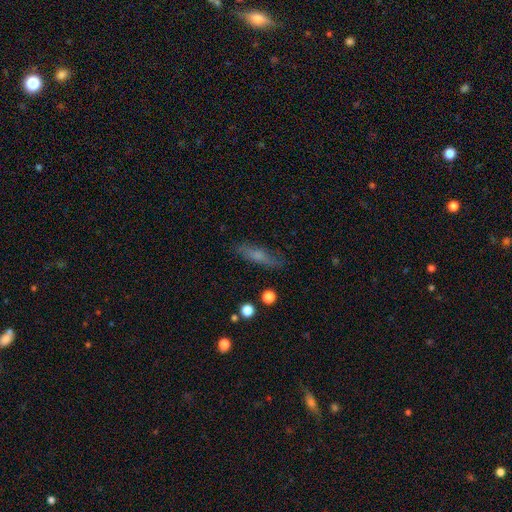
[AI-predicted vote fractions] Smooth or featured?
  - smooth: 43% *
  - featured or disk: 42%
  - star or artifact: 16%
Merging?
  - none: 81% *
  - minor disturbance: 14%
  - major disturbance: 4%
  - merger: 2%